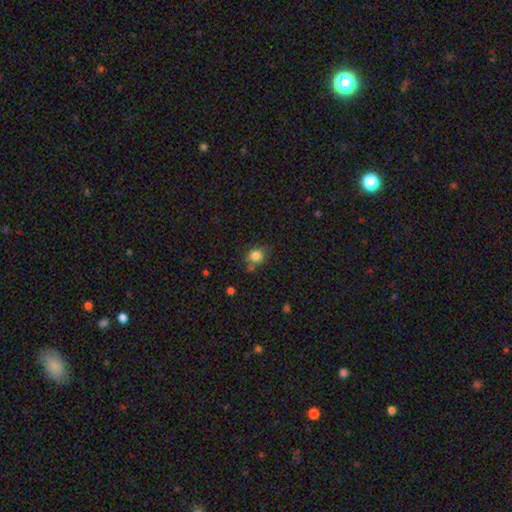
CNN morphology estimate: Smooth or featured: smooth — 83% (star or artifact — 11%)
How rounded: round — 78% (in between — 22%)
Merging: none — 67% (minor disturbance — 18%)